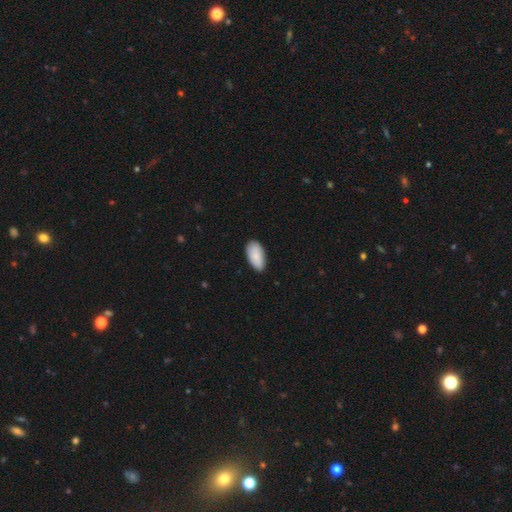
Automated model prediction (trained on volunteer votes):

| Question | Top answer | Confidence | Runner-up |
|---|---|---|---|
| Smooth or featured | smooth | 87% | featured or disk (7%) |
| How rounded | in between | 94% | cigar-shaped (4%) |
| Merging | none | 84% | minor disturbance (13%) |